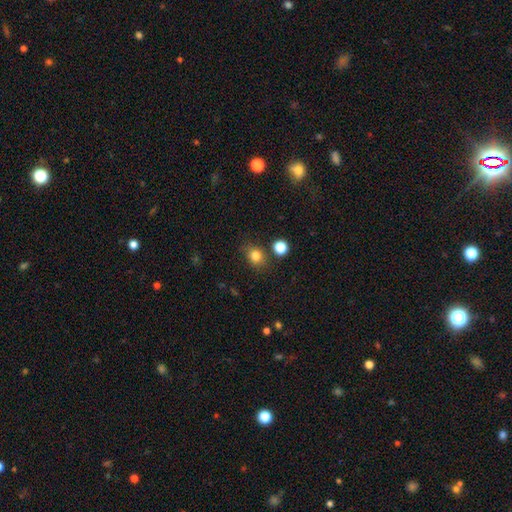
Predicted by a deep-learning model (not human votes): Smooth or featured: smooth — 81% (star or artifact — 13%)
How rounded: round — 64% (in between — 35%)
Merging: none — 76% (minor disturbance — 13%)